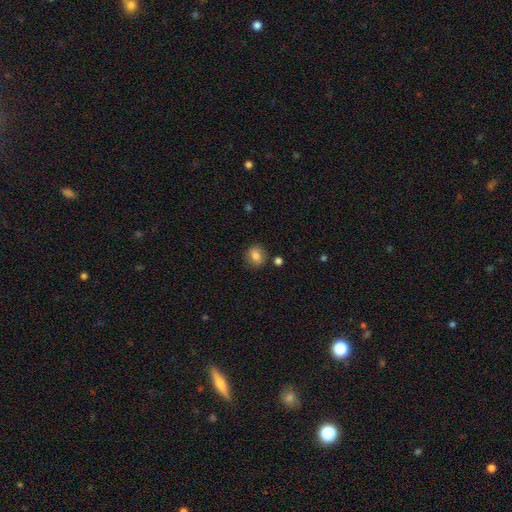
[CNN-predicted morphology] Smooth or featured?
  - smooth: 82% *
  - star or artifact: 10%
  - featured or disk: 8%
How rounded?
  - round: 67% *
  - in between: 32%
  - cigar-shaped: 1%
Merging?
  - none: 83% *
  - minor disturbance: 10%
  - merger: 4%
  - major disturbance: 3%